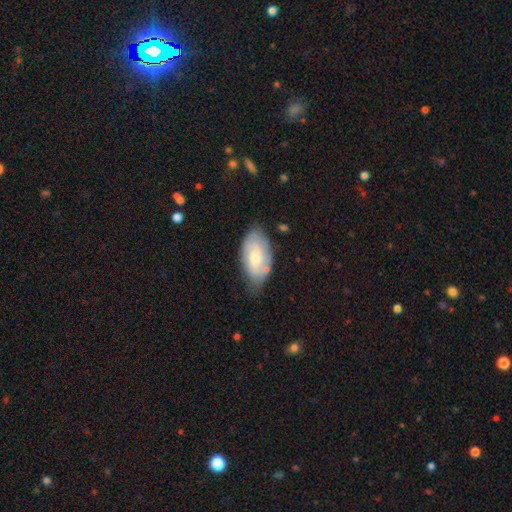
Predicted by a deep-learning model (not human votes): A smooth galaxy with no disk features (53%) that is in between round and cigar-shaped (93%).

Vote fractions:
- Smooth or featured? smooth: 53% / featured or disk: 41% / star or artifact: 6%
- How rounded? in between: 93% / round: 4% / cigar-shaped: 3%
- Merging? none: 64% / minor disturbance: 27% / major disturbance: 6% / merger: 3%